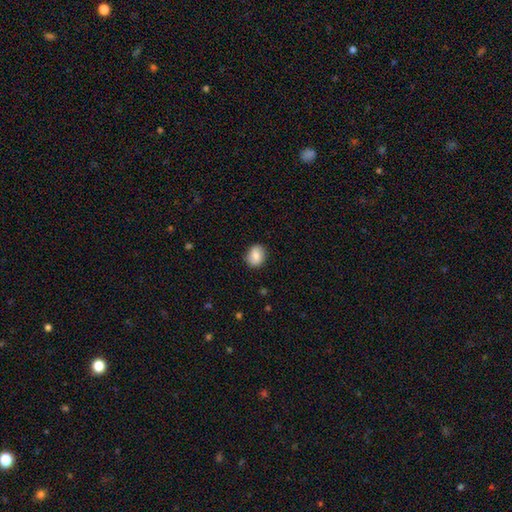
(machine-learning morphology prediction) smooth 80%, featured or disk 13%, star or artifact 8%. Down the decision tree: how rounded — round (57%); merging — none (85%).